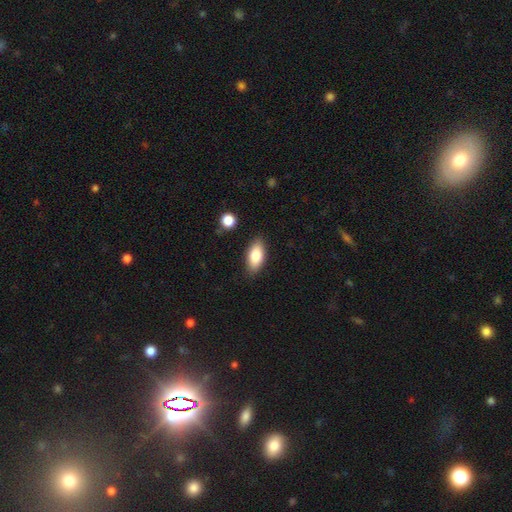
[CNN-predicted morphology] A smooth galaxy with no disk features (82%) that is in between round and cigar-shaped (87%). Merging: none (85%).